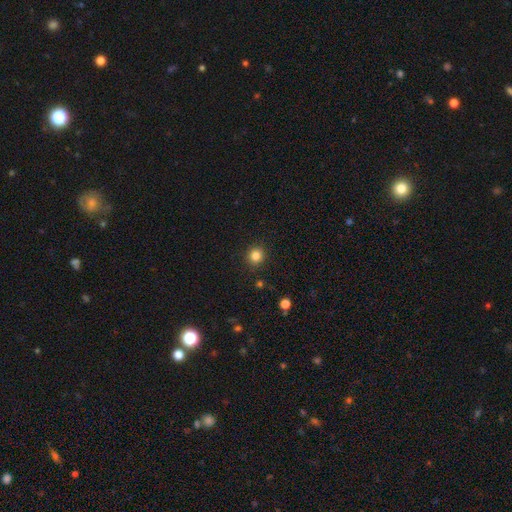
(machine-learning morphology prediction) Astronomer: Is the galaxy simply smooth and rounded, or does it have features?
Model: smooth — 83%.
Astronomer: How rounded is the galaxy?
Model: round — 92%.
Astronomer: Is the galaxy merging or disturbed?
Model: none — 92%.